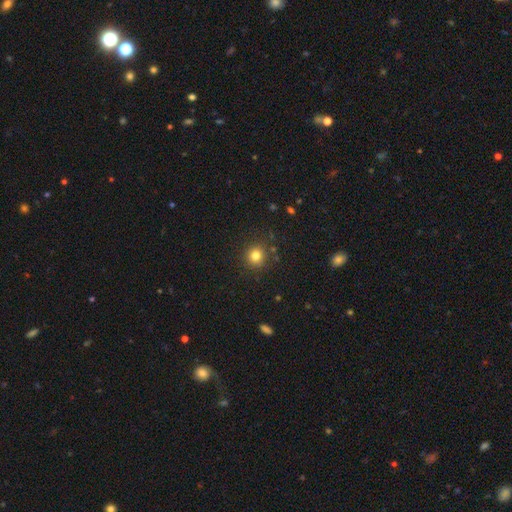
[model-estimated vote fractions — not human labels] A smooth galaxy with no disk features (80%) that is round (91%). Merging: none (87%).